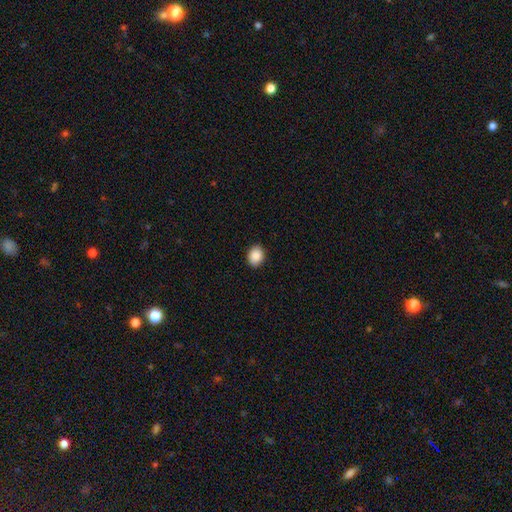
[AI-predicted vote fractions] Overall: smooth (89%). How rounded: in between (53%; round 47%). Merging: none (90%).